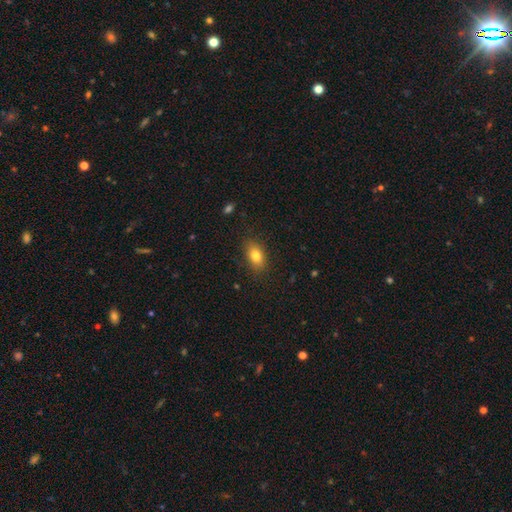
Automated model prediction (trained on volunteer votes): Morphology: type=smooth (82%); roundness=in between (87%); merging=none (85%).